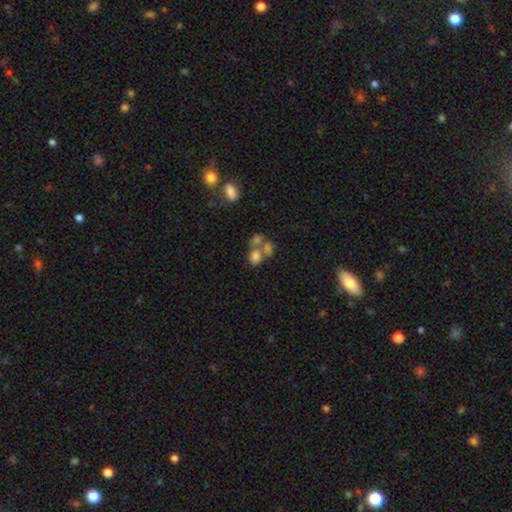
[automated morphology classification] This is likely a smooth galaxy (68%). How rounded: possibly in between (59%). Merging: possibly merger (56%).